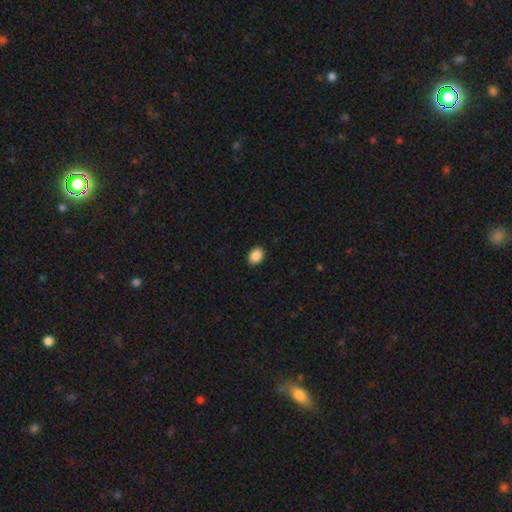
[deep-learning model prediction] The model was most divided on "how rounded": in between: 82%, round: 17%, cigar-shaped: 1%. More confident: merging — none (90%); smooth or featured — smooth (90%).